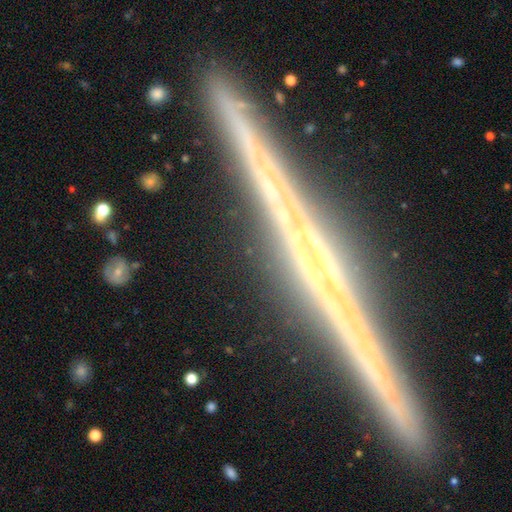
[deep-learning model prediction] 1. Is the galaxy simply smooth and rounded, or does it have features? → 70% featured or disk, 19% star or artifact, 11% smooth.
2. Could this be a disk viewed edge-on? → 96% yes, 4% no.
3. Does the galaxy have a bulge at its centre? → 58% none, 26% rounded, 16% boxy.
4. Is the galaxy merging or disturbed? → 89% none, 7% minor disturbance, 2% major disturbance, 2% merger.